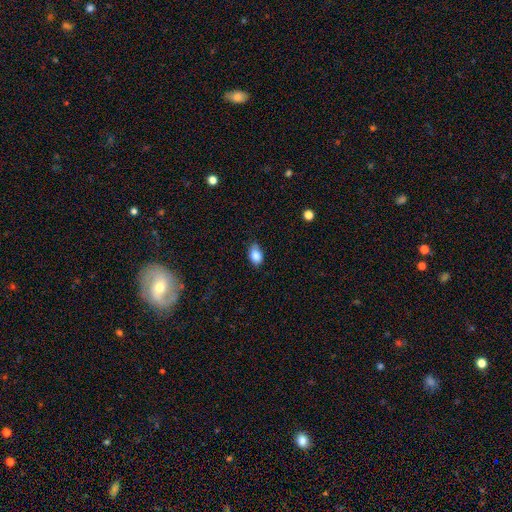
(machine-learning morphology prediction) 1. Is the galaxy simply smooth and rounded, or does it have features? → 85% smooth, 8% star or artifact, 7% featured or disk.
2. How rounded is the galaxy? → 84% in between, 14% round, 2% cigar-shaped.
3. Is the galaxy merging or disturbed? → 69% none, 26% minor disturbance, 4% major disturbance, 1% merger.